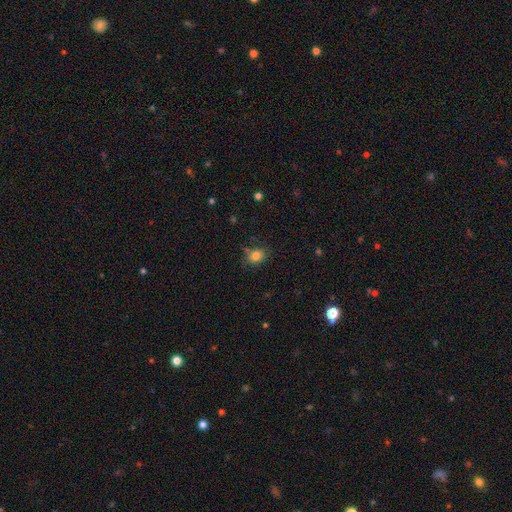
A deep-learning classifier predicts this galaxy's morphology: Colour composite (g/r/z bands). It shows a smooth galaxy with no disk features (82%) that is round (57%). Merging: none (76%).